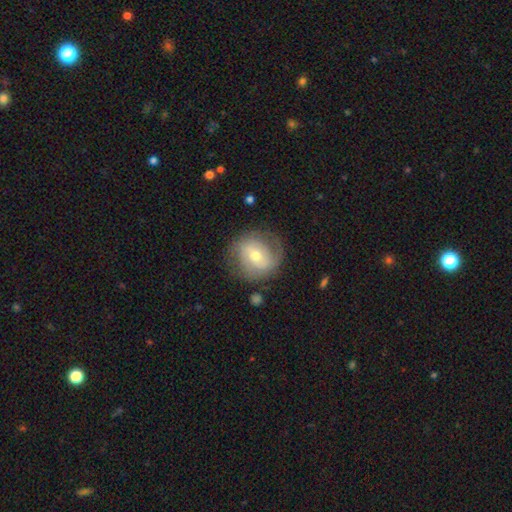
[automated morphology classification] Overall: featured or disk (62%; smooth 31%). Edge-on disk: no (97%). Bar: no (42%; weak 41%). Spiral arms: yes (81%). Bulge size: moderate (52%; small 43%). Merging: none (74%).